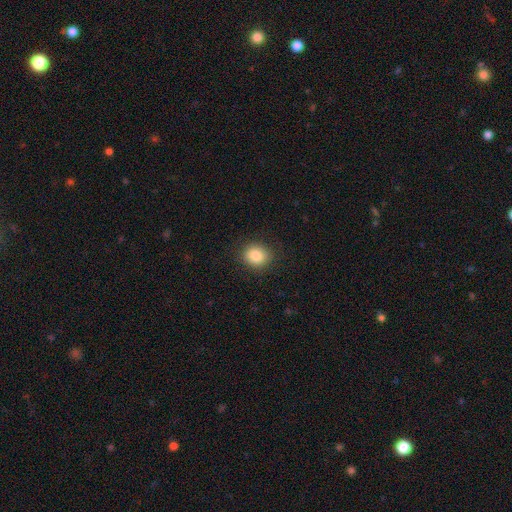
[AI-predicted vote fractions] Morphology: type=smooth (85%); roundness=round (73%); merging=none (87%).